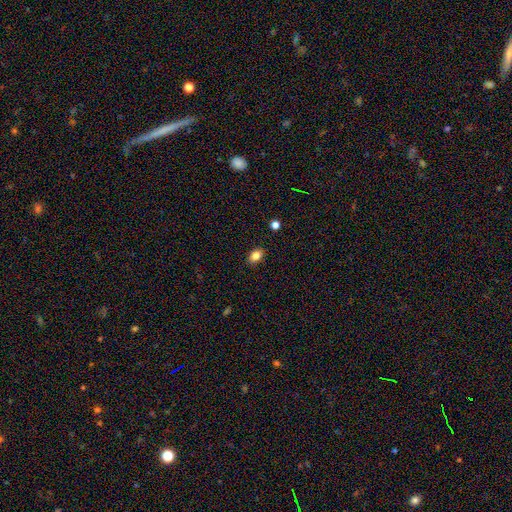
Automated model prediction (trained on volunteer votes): A smooth galaxy with no disk features (83%) that is in between round and cigar-shaped (84%).

Vote fractions:
- Smooth or featured? smooth: 83% / star or artifact: 10% / featured or disk: 7%
- How rounded? in between: 84% / round: 15% / cigar-shaped: 2%
- Merging? none: 88% / minor disturbance: 9% / major disturbance: 2% / merger: 1%